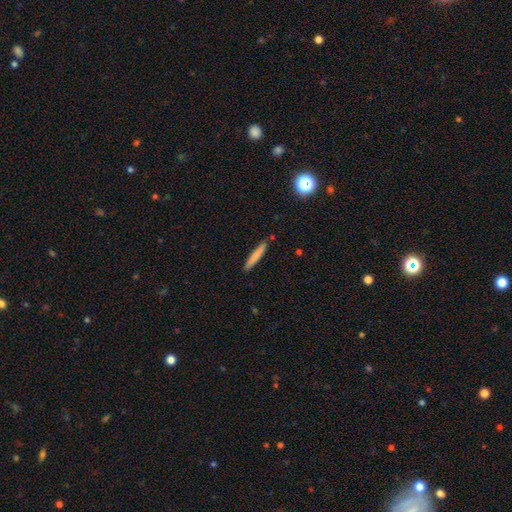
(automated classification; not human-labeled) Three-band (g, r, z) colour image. It shows a smooth galaxy with no disk features (79%) that is cigar-shaped (94%). Merging: none (87%).